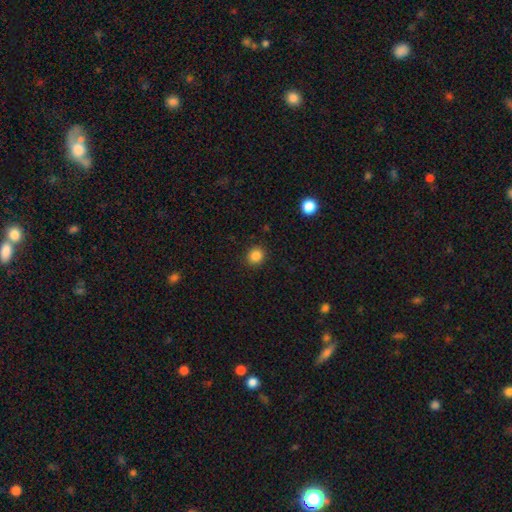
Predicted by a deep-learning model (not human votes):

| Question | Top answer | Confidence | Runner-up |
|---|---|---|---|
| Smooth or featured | smooth | 85% | star or artifact (11%) |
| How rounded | round | 78% | in between (21%) |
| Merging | none | 90% | minor disturbance (6%) |